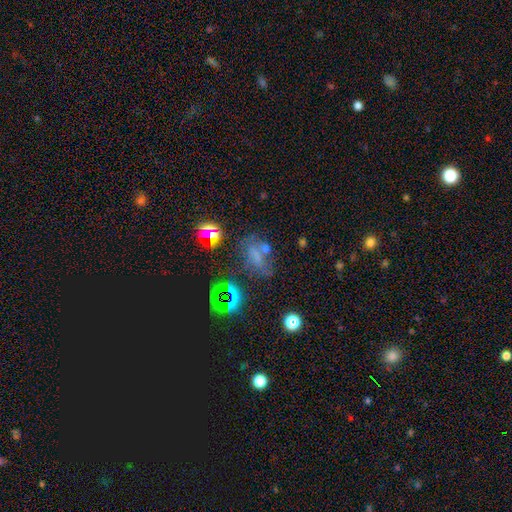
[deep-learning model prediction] Smooth or featured? smooth (41%)
Merging? none (44%)